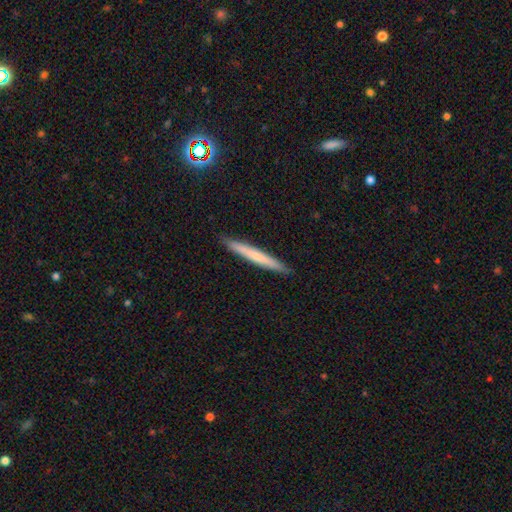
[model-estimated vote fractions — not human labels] smooth-or-featured: smooth: 61% | featured or disk: 33% | star or artifact: 6%
  how-rounded: cigar-shaped: 97% | in between: 2% | round: 1%
  merging: none: 92% | minor disturbance: 6% | major disturbance: 1% | merger: 1%